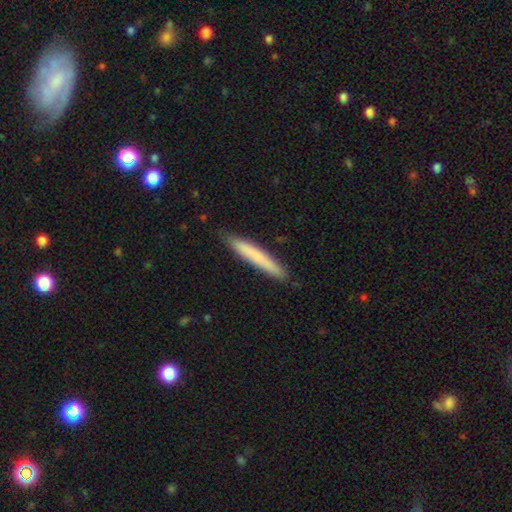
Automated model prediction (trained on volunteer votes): smooth 73%, featured or disk 21%, star or artifact 6%. Down the decision tree: how rounded — cigar-shaped (96%); merging — none (87%).